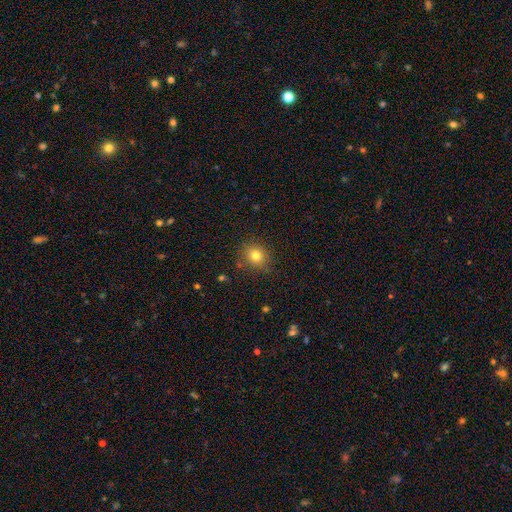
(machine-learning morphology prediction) A smooth galaxy with no disk features (79%) that is round (76%). Merging: none (83%).